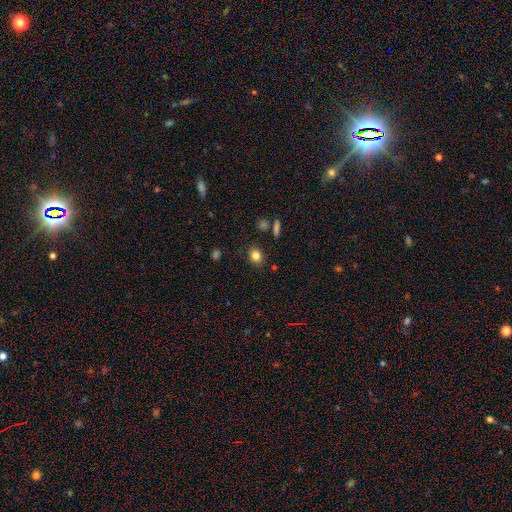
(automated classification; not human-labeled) Smooth or featured? Predicted: smooth (p=0.83). How rounded? Predicted: in between (p=0.51). Merging? Predicted: none (p=0.85).